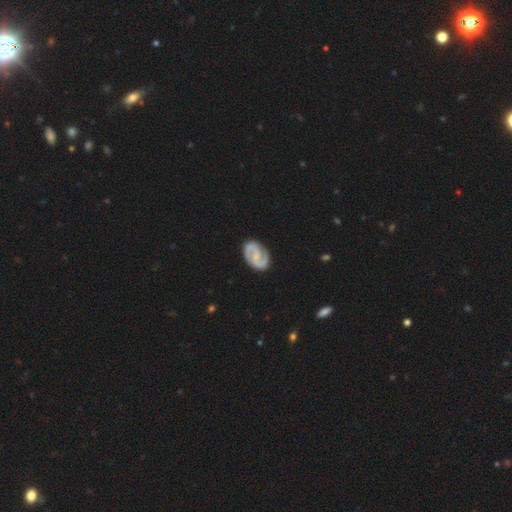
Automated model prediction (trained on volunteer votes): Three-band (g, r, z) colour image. It shows a featured or disk galaxy (83%) with a weak bar (48%), 2 (91%) medium (50%) spiral arms (95%) and a small central bulge (49%). Merging: none (82%).